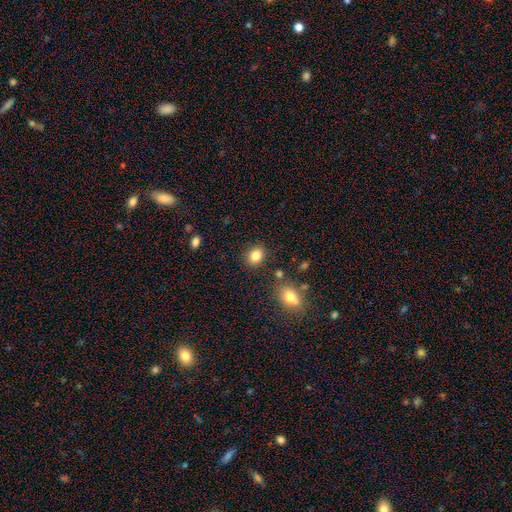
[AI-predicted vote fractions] smooth 84%, star or artifact 10%, featured or disk 6%. Down the decision tree: how rounded — round (54%); merging — none (84%).